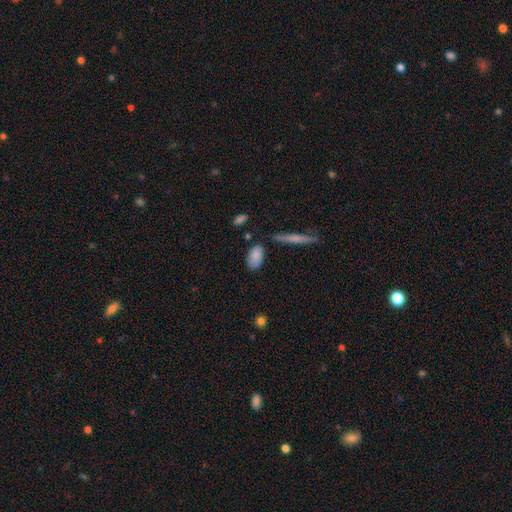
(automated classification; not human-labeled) Overall: smooth (85%). How rounded: in between (92%). Merging: none (75%).